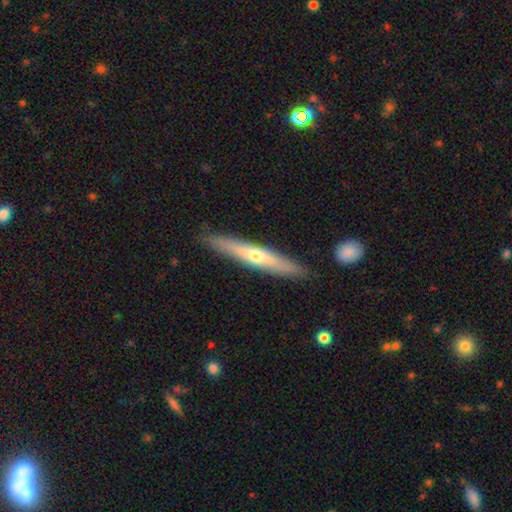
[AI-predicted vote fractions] This is possibly a featured or disk galaxy (58%). It is clearly viewed edge-on (91%). Edge-on bulge: likely rounded (80%). Merging: clearly none (89%).